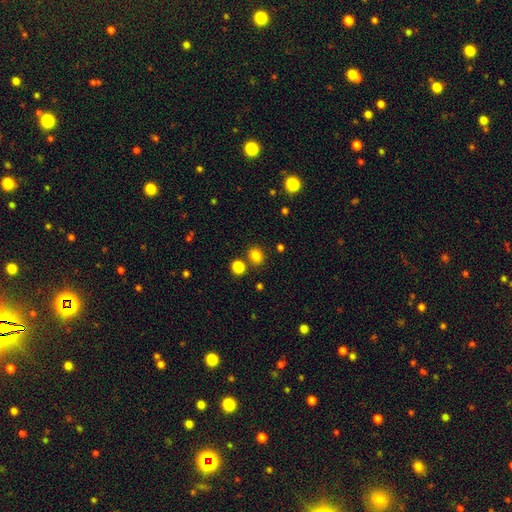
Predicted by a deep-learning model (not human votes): Smooth or featured?
  - smooth: 83% *
  - star or artifact: 13%
  - featured or disk: 4%
How rounded?
  - round: 60% *
  - in between: 39%
  - cigar-shaped: 1%
Merging?
  - none: 77% *
  - merger: 11%
  - minor disturbance: 9%
  - major disturbance: 3%